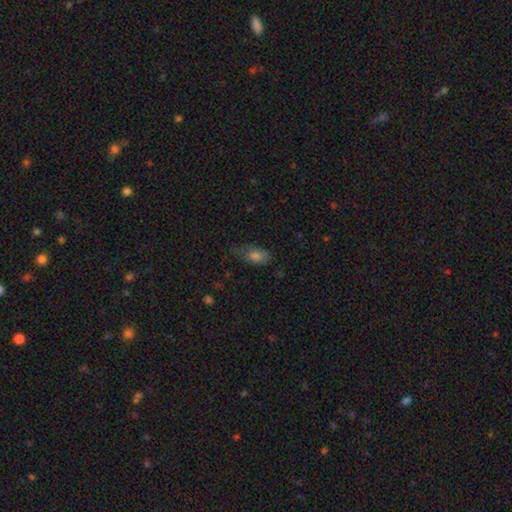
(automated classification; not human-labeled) A smooth galaxy with no disk features (74%) that is in between round and cigar-shaped (84%).

Vote fractions:
- Smooth or featured? smooth: 74% / featured or disk: 14% / star or artifact: 12%
- How rounded? in between: 84% / round: 10% / cigar-shaped: 5%
- Merging? none: 54% / minor disturbance: 33% / major disturbance: 12% / merger: 2%